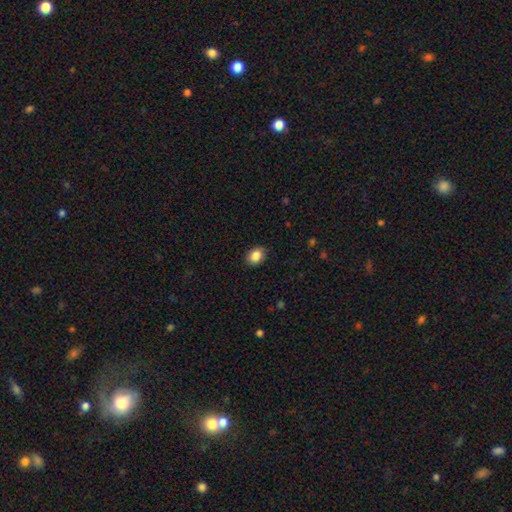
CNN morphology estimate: This is clearly a smooth galaxy (87%). How rounded: likely in between (66%). Merging: clearly none (88%).